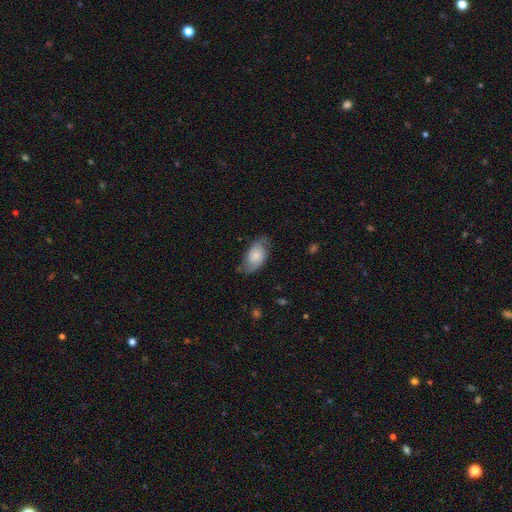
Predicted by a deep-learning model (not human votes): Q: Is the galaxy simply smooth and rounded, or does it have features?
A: smooth — 49%.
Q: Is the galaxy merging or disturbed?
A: none — 68%.